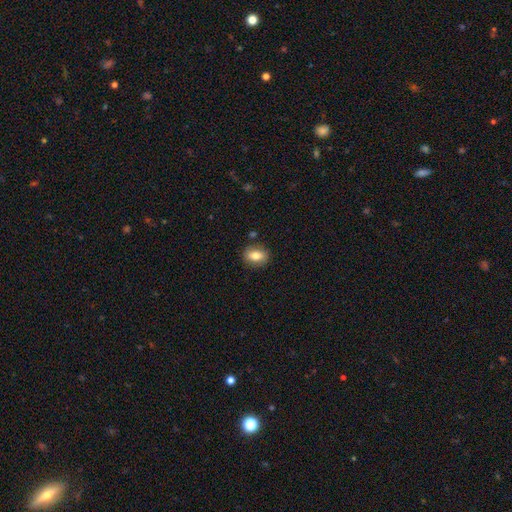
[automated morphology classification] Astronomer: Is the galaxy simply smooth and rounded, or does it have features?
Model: smooth — 76%.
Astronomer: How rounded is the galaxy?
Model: in between — 67%.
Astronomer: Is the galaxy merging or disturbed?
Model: none — 86%.